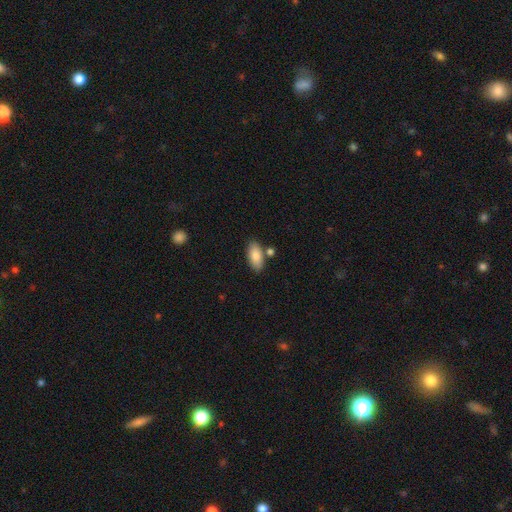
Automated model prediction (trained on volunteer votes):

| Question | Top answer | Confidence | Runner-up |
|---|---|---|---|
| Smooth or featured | smooth | 86% | featured or disk (8%) |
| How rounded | in between | 90% | cigar-shaped (8%) |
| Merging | none | 77% | minor disturbance (12%) |